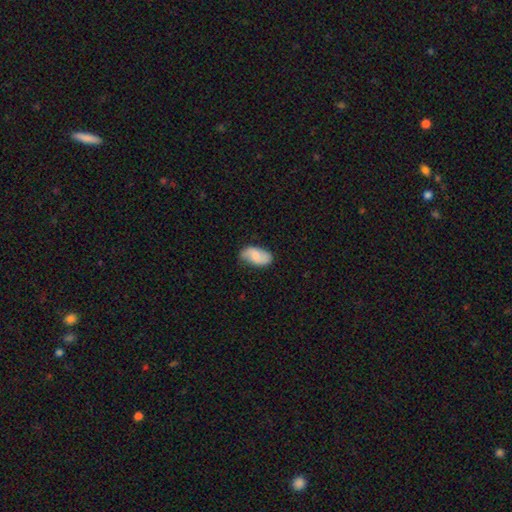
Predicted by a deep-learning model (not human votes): This is likely a smooth galaxy (60%). How rounded: clearly in between (94%). Merging: likely none (71%).